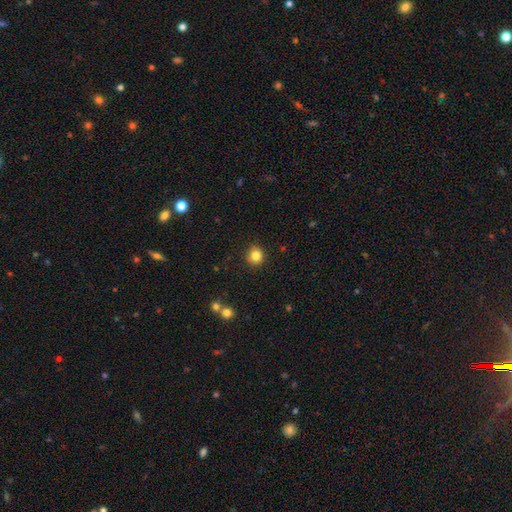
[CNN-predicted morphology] Smooth or featured?
  - smooth: 83% *
  - star or artifact: 11%
  - featured or disk: 5%
How rounded?
  - round: 91% *
  - in between: 8%
  - cigar-shaped: 1%
Merging?
  - none: 88% *
  - minor disturbance: 8%
  - major disturbance: 2%
  - merger: 2%